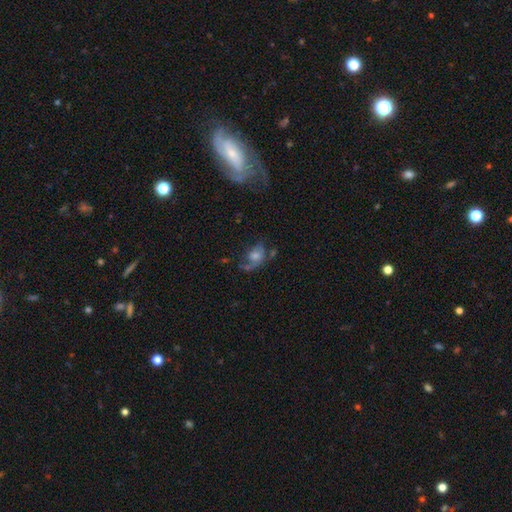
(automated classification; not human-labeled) smooth_or_featured: smooth (p=0.45) [alt: featured or disk p=0.42]
merging: none (p=0.33) [alt: major disturbance p=0.32]